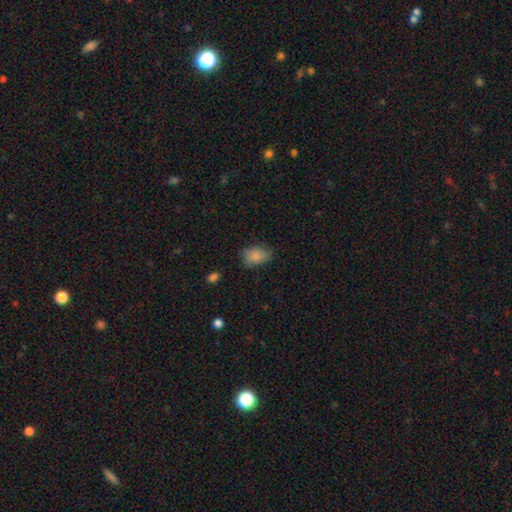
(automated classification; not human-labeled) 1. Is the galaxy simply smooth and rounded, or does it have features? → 83% smooth, 9% star or artifact, 8% featured or disk.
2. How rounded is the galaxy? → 77% in between, 22% round, 1% cigar-shaped.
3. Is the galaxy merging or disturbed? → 62% none, 28% minor disturbance, 8% major disturbance, 2% merger.